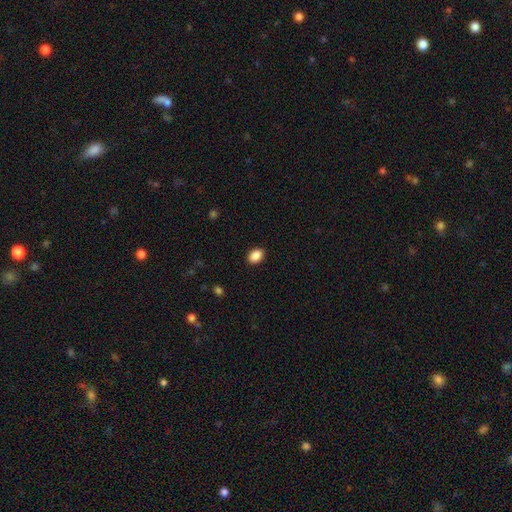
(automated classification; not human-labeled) Smooth or featured? smooth (89%)
How rounded? in between (81%)
Merging? none (90%)